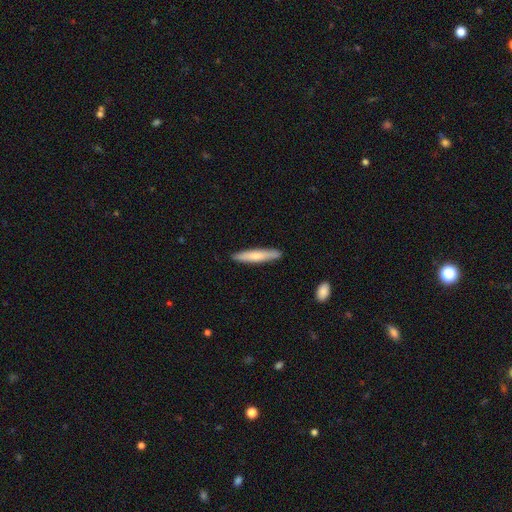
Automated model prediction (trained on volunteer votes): This appears to be a smooth galaxy with no disk features (69%) that is cigar-shaped (91%). Merging: none (89%).